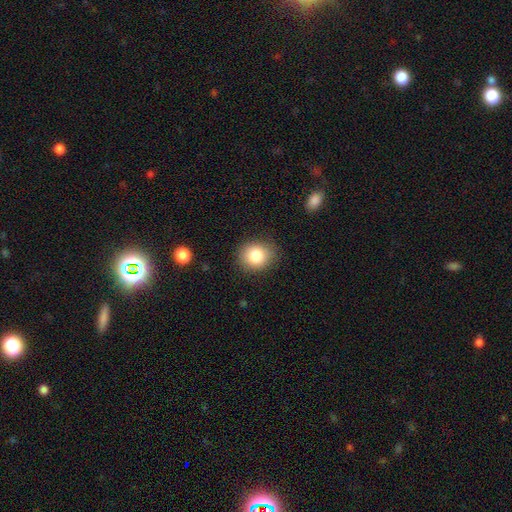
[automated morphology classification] Smooth or featured?
  - smooth: 84% *
  - star or artifact: 9%
  - featured or disk: 7%
How rounded?
  - round: 75% *
  - in between: 25%
  - cigar-shaped: 1%
Merging?
  - none: 84% *
  - minor disturbance: 11%
  - major disturbance: 3%
  - merger: 1%